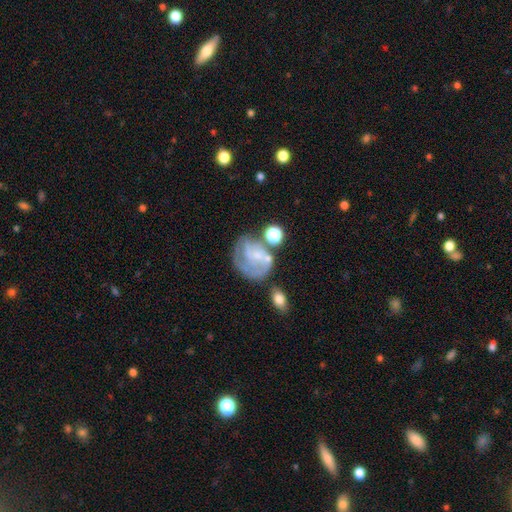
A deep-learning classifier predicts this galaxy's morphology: featured or disk 55%, smooth 34%, star or artifact 11%. Down the decision tree: edge-on disk — no (98%); bar — no (75%); spiral arms — yes (56%); bulge size — small (45%); merging — none (38%).